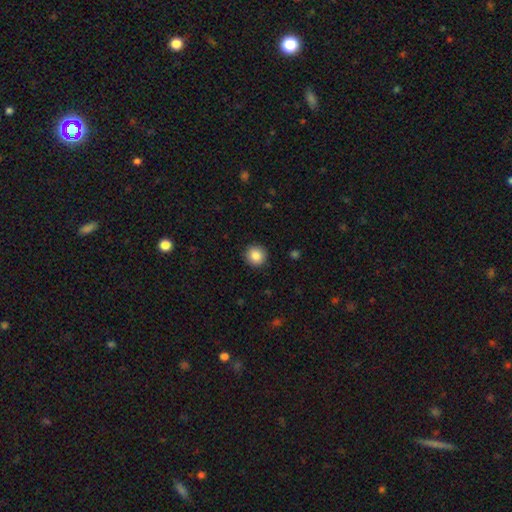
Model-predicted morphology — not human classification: Smooth or featured? Predicted: smooth (p=0.86). How rounded? Predicted: round (p=0.94). Merging? Predicted: none (p=0.92).